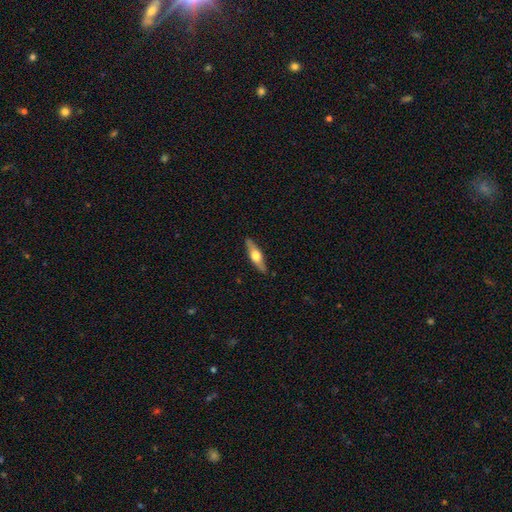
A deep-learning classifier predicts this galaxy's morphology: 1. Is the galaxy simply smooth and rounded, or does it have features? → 51% featured or disk, 43% smooth, 5% star or artifact.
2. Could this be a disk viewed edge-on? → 89% yes, 11% no.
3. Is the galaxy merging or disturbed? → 87% none, 10% minor disturbance, 2% major disturbance, 1% merger.